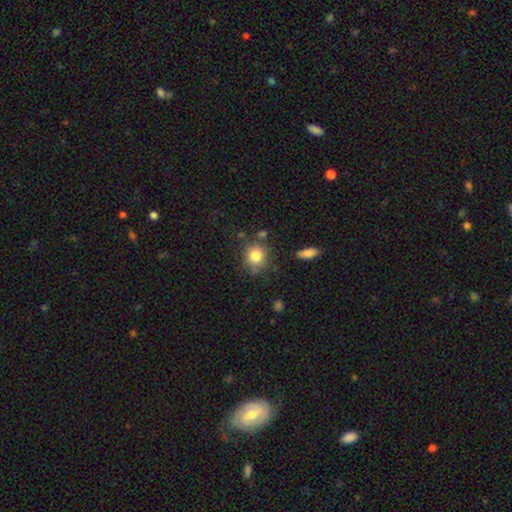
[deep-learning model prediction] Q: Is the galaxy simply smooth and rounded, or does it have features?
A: smooth — 81%.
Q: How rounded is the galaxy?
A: round — 82%.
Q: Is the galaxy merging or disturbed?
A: none — 75%.